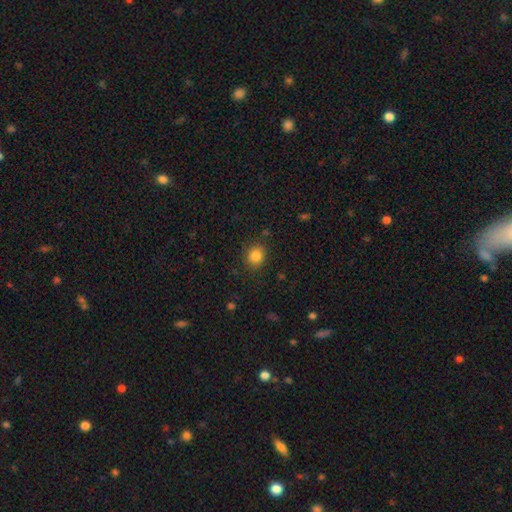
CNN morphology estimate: Smooth or featured: smooth — 85% (star or artifact — 11%)
How rounded: round — 76% (in between — 23%)
Merging: none — 87% (minor disturbance — 9%)